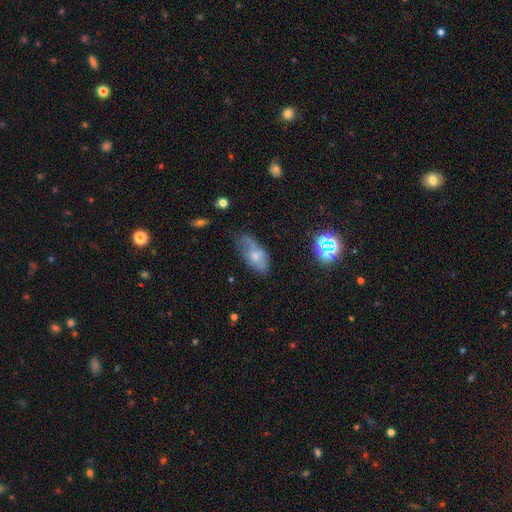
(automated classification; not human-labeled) Morphology: type=smooth (52%); roundness=in between (89%); merging=none (36%).